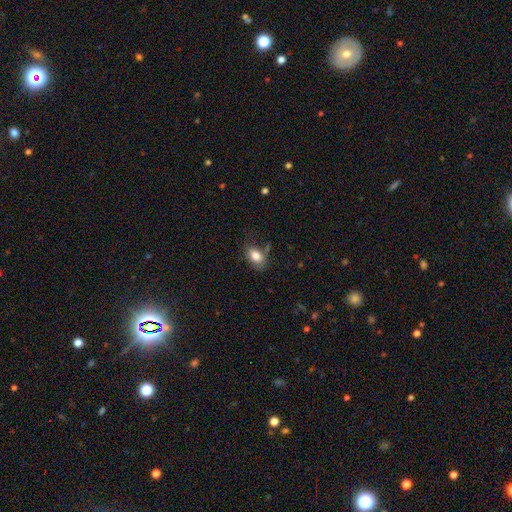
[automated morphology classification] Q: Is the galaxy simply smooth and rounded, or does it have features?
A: smooth — 83%.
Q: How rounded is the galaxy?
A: in between — 82%.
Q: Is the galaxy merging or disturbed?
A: none — 65%.